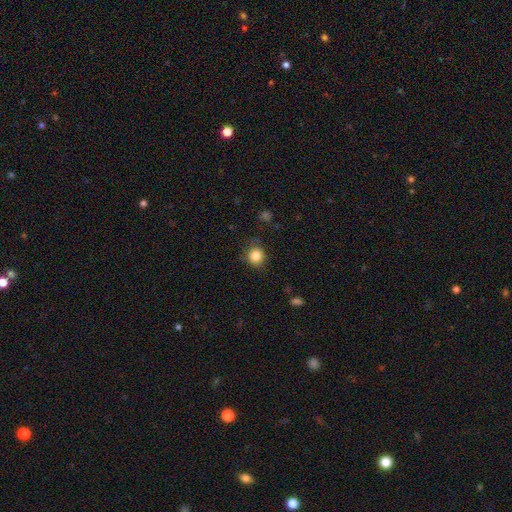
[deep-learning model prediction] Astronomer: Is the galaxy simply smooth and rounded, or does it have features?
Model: smooth — 84%.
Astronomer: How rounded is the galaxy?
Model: round — 84%.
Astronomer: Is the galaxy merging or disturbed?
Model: none — 79%.